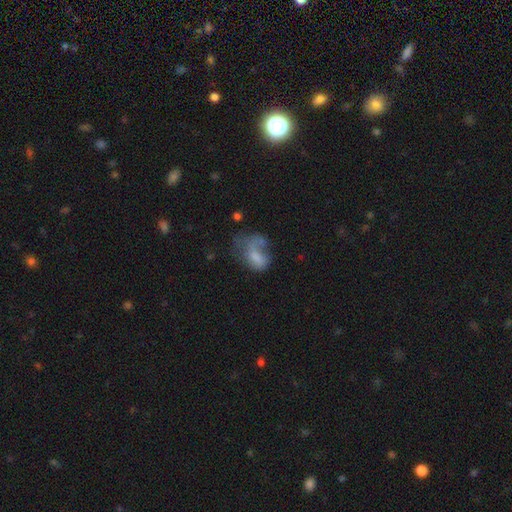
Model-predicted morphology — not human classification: The model was most divided on "smooth or featured": smooth: 56%, featured or disk: 33%, star or artifact: 11%. Remaining: how rounded — in between (80%); merging — major disturbance (47%).